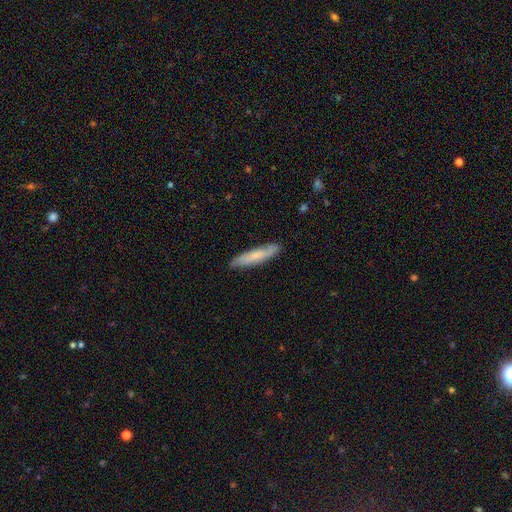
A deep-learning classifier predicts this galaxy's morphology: smooth_or_featured: smooth (p=0.71) [alt: featured or disk p=0.24]
how_rounded: cigar-shaped (p=0.88) [alt: in between p=0.11]
merging: none (p=0.86) [alt: minor disturbance p=0.11]